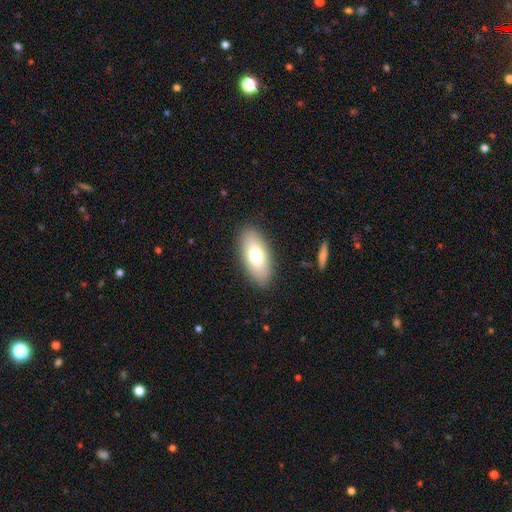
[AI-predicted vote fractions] Smooth or featured? Predicted: smooth (p=0.74). How rounded? Predicted: in between (p=0.88). Merging? Predicted: none (p=0.87).